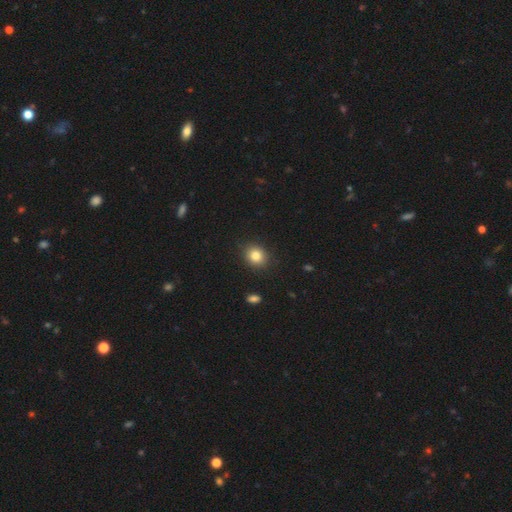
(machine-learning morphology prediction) Overall: smooth (83%). How rounded: round (65%; in between 34%). Merging: none (89%).